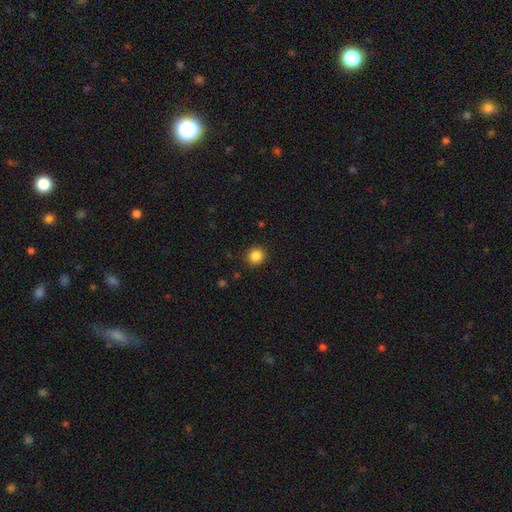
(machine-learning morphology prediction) This appears to be a smooth galaxy with no disk features (86%) that is round (91%). Merging: none (90%).